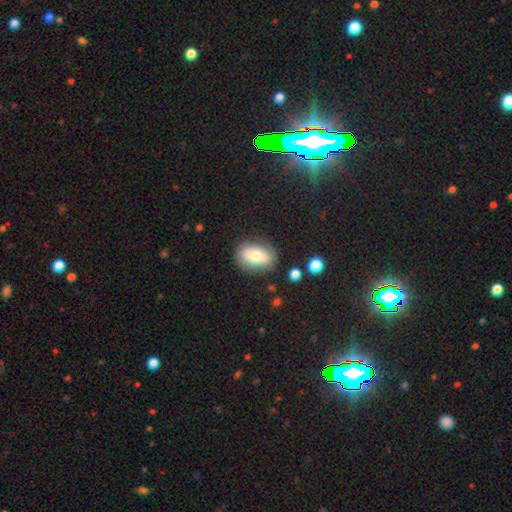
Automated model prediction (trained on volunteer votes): Smooth or featured: smooth — 65% (featured or disk — 27%)
How rounded: in between — 84% (round — 14%)
Merging: none — 80% (minor disturbance — 14%)